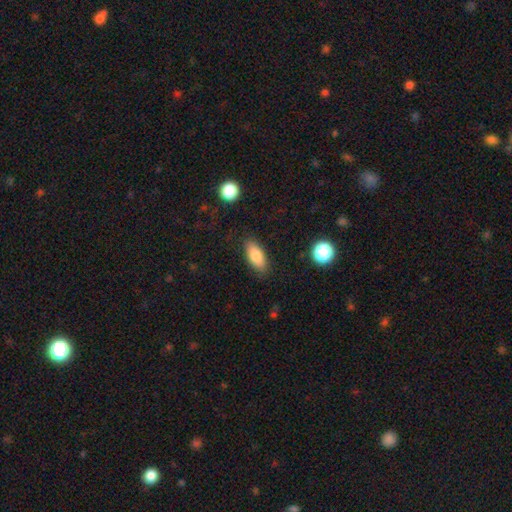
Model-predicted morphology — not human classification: Smooth or featured? Predicted: smooth (p=0.81). How rounded? Predicted: in between (p=0.82). Merging? Predicted: none (p=0.84).